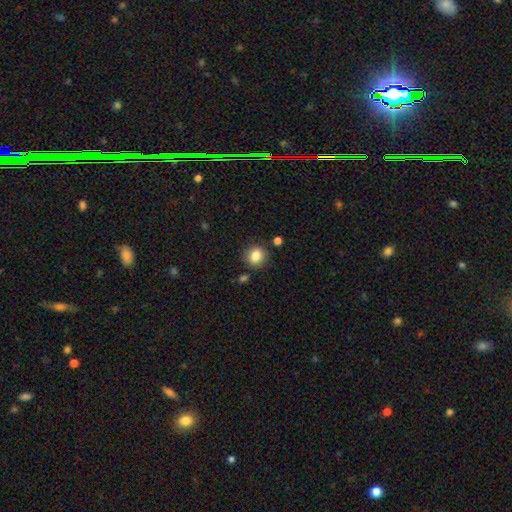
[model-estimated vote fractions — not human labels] Q: Smooth or featured?
A: smooth (84%); runner-up: star or artifact (10%)
Q: How rounded?
A: round (79%); runner-up: in between (20%)
Q: Merging?
A: none (84%); runner-up: minor disturbance (9%)